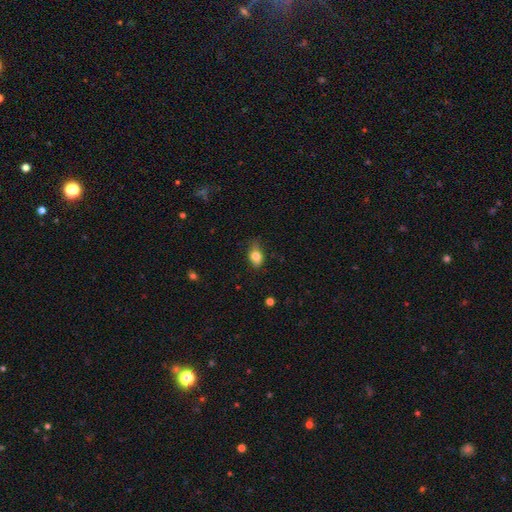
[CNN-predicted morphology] Smooth or featured: smooth — 80% (featured or disk — 12%)
How rounded: in between — 76% (round — 20%)
Merging: none — 63% (minor disturbance — 29%)